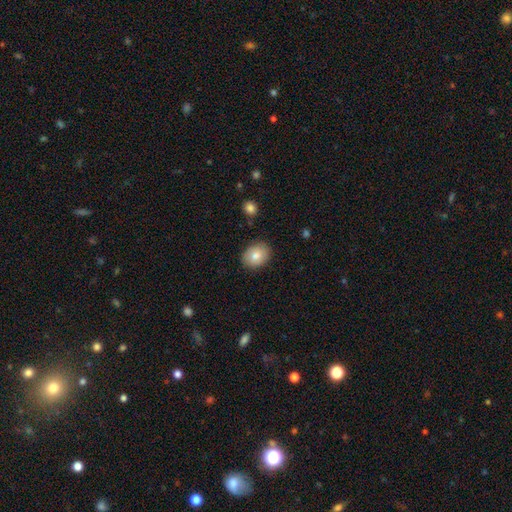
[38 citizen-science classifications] Smooth or featured: smooth — 82% (featured or disk — 11%)
How rounded: in between — 68% (round — 32%)
Merging: none — 94% (minor disturbance — 3%)